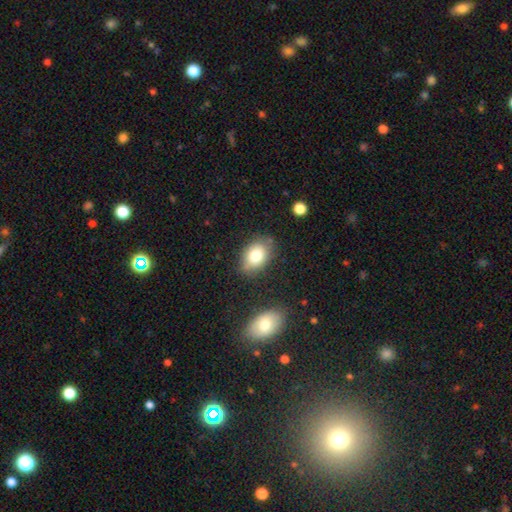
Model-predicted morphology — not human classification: Smooth or featured? Predicted: smooth (p=0.79). How rounded? Predicted: in between (p=0.81). Merging? Predicted: none (p=0.75).